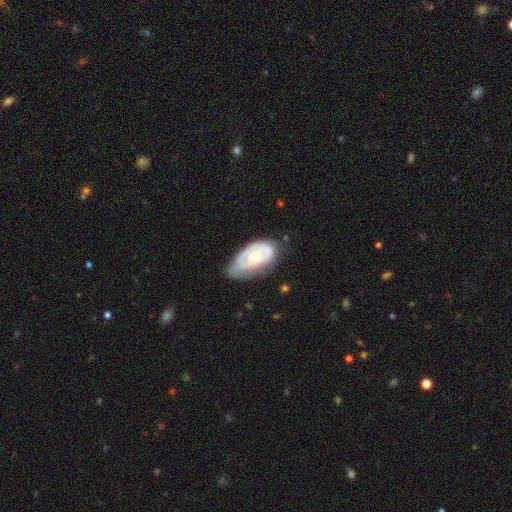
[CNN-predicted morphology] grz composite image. It shows a featured or disk galaxy (63%) with no bar (79%), spiral arms (64%) and a moderate central bulge (53%). Merging: none (50%).